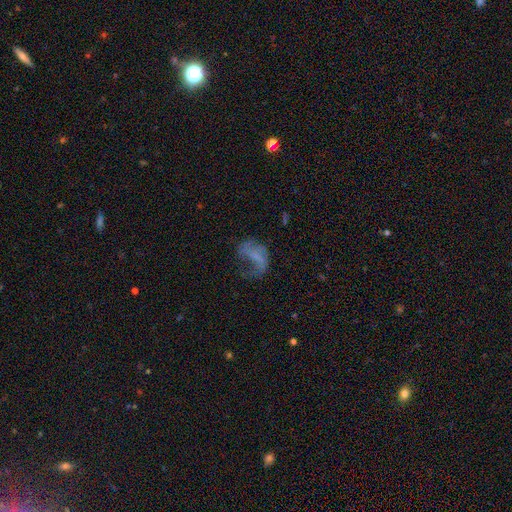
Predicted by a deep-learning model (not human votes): Q: Smooth or featured?
A: featured or disk (52%); runner-up: smooth (33%)
Q: Edge-on disk?
A: no (97%); runner-up: yes (3%)
Q: Bar?
A: no (58%); runner-up: weak (29%)
Q: Spiral arms?
A: no (52%); runner-up: yes (48%)
Q: Bulge size?
A: none (70%); runner-up: small (19%)
Q: Merging?
A: major disturbance (49%); runner-up: none (28%)